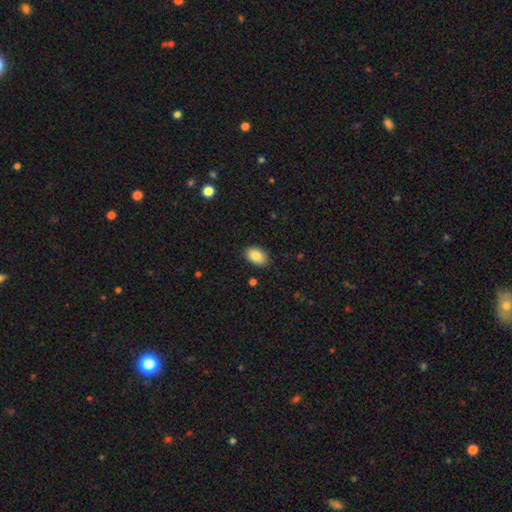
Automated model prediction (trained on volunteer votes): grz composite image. It shows a smooth galaxy with no disk features (86%) that is in between round and cigar-shaped (87%). Merging: none (86%).